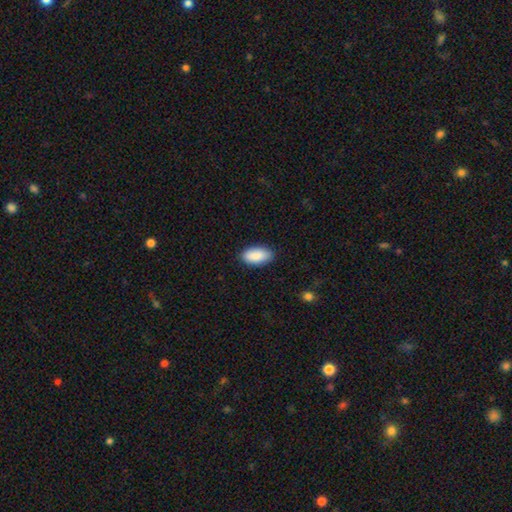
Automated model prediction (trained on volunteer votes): A smooth galaxy with no disk features (90%) that is in between round and cigar-shaped (94%).

Vote fractions:
- Smooth or featured? smooth: 90% / star or artifact: 6% / featured or disk: 4%
- How rounded? in between: 94% / cigar-shaped: 4% / round: 2%
- Merging? none: 88% / minor disturbance: 9% / major disturbance: 2% / merger: 1%